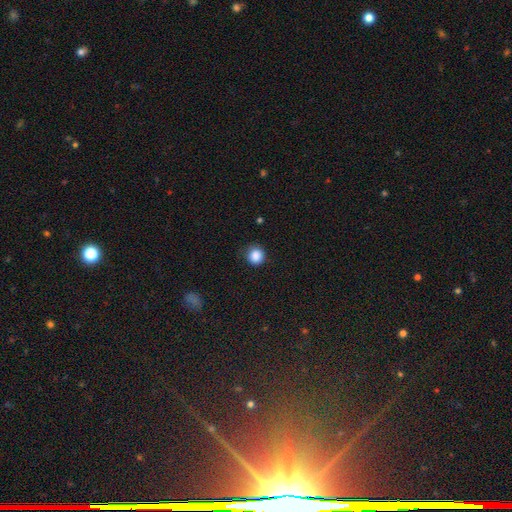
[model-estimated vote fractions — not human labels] Smooth or featured: smooth — 87% (star or artifact — 10%)
How rounded: round — 90% (in between — 9%)
Merging: none — 82% (minor disturbance — 13%)